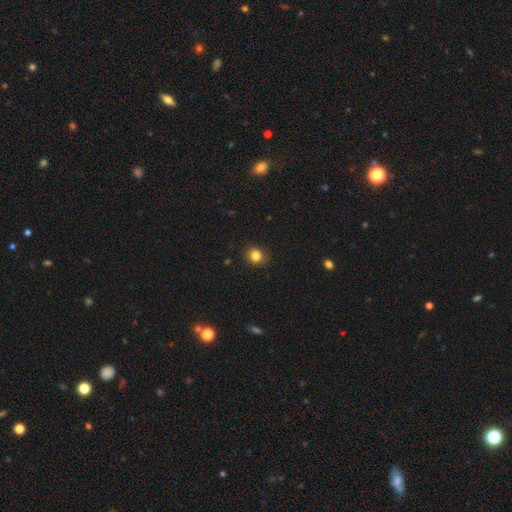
Smooth or featured? smooth (98%)
How rounded? round (74%)
Merging? none (97%)